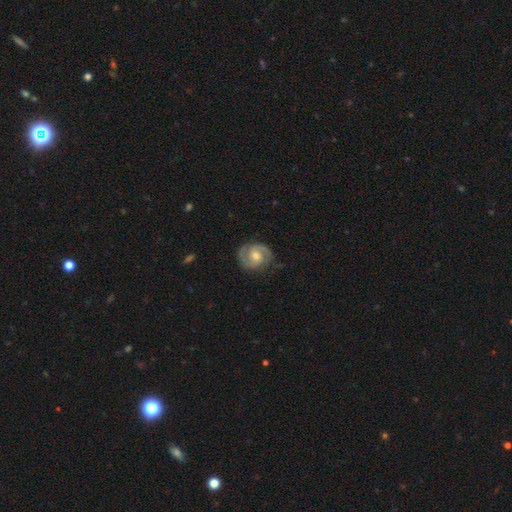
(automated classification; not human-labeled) A featured or disk galaxy (86%) with no bar (49%), 2 (89%) medium (48%) spiral arms (97%) and a moderate central bulge (61%). Merging: none (78%).